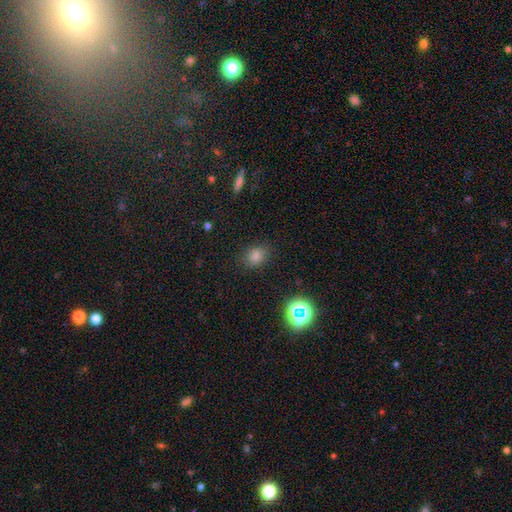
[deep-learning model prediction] This is likely a smooth galaxy (74%). How rounded: possibly round (51%). Merging: clearly none (85%).